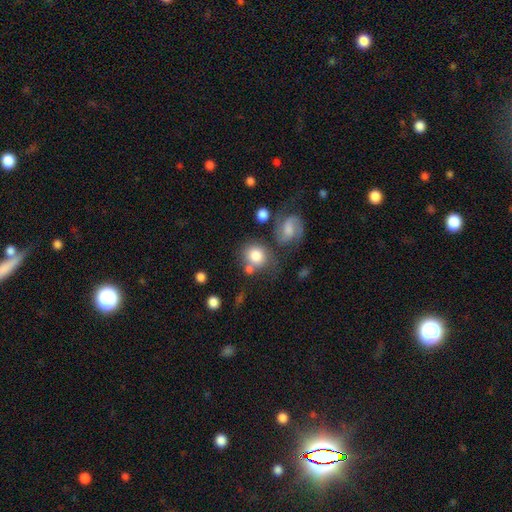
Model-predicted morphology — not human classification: Q: Smooth or featured?
A: smooth (76%); runner-up: featured or disk (16%)
Q: How rounded?
A: round (76%); runner-up: in between (23%)
Q: Merging?
A: none (53%); runner-up: merger (22%)